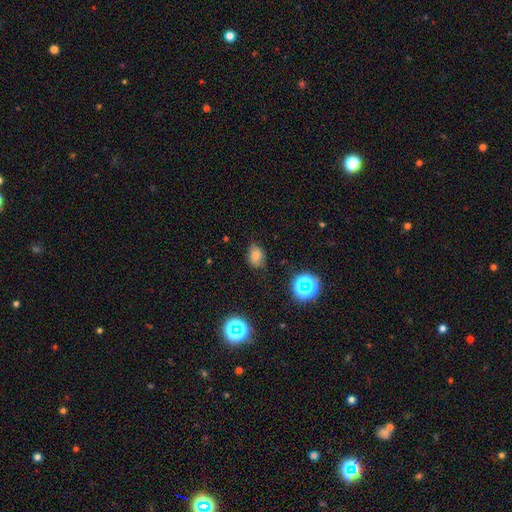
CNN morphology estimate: Smooth or featured?
  - smooth: 74% *
  - star or artifact: 17%
  - featured or disk: 9%
How rounded?
  - in between: 66% *
  - round: 33%
  - cigar-shaped: 1%
Merging?
  - none: 68% *
  - minor disturbance: 25%
  - major disturbance: 5%
  - merger: 2%